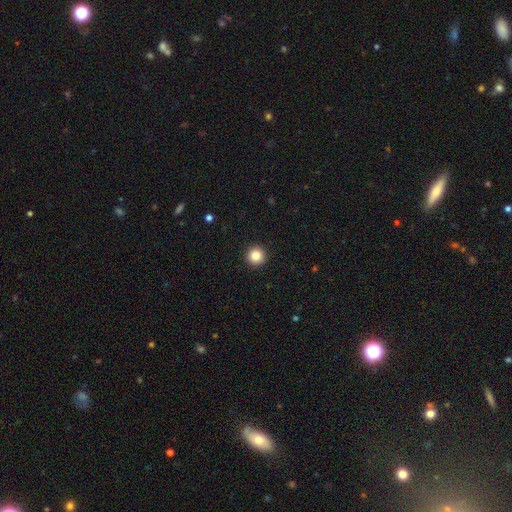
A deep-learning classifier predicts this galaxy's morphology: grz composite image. It shows a smooth galaxy with no disk features (85%) that is round (96%). Merging: none (94%).